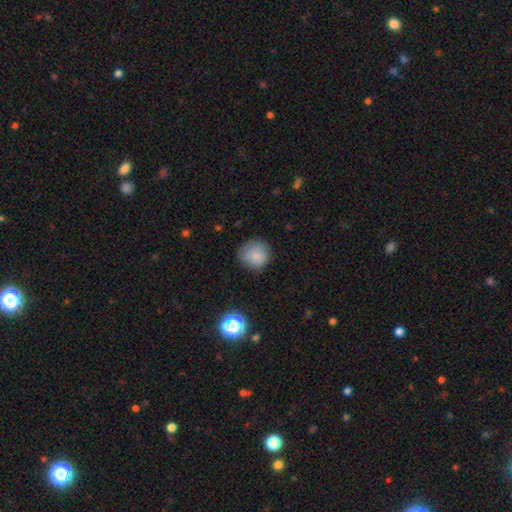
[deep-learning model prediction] A smooth galaxy with no disk features (83%) that is round (87%).

Vote fractions:
- Smooth or featured? smooth: 83% / star or artifact: 10% / featured or disk: 7%
- How rounded? round: 87% / in between: 12% / cigar-shaped: 1%
- Merging? none: 74% / minor disturbance: 19% / major disturbance: 5% / merger: 1%